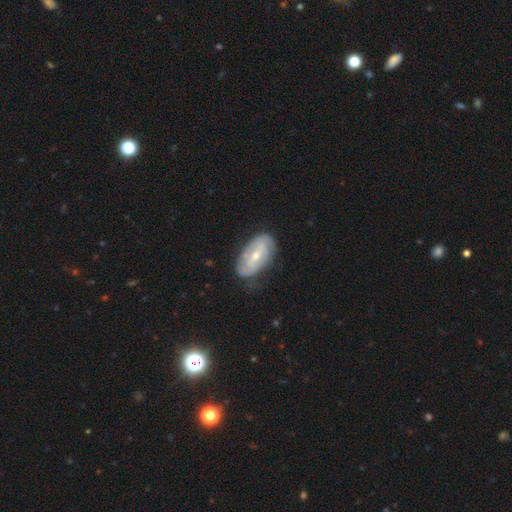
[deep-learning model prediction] This appears to be a featured or disk galaxy (64%) with a weak bar (42%), spiral arms (69%) and a small central bulge (51%). Merging: none (67%).